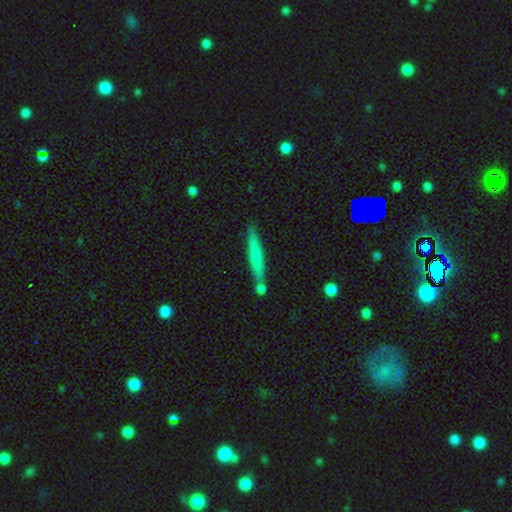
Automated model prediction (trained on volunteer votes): The model was most divided on "smooth or featured": smooth: 68%, featured or disk: 26%, star or artifact: 6%. More confident: how rounded — cigar-shaped (95%); merging — none (78%).